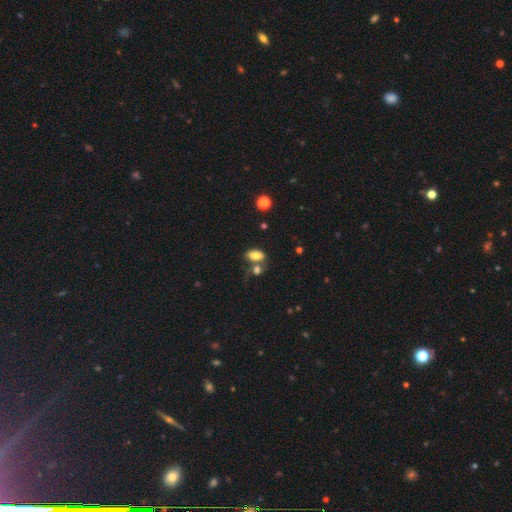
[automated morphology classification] A smooth galaxy with no disk features (77%) that is in between round and cigar-shaped (90%).

Vote fractions:
- Smooth or featured? smooth: 77% / featured or disk: 13% / star or artifact: 9%
- How rounded? in between: 90% / round: 7% / cigar-shaped: 4%
- Merging? none: 47% / merger: 35% / minor disturbance: 12% / major disturbance: 5%